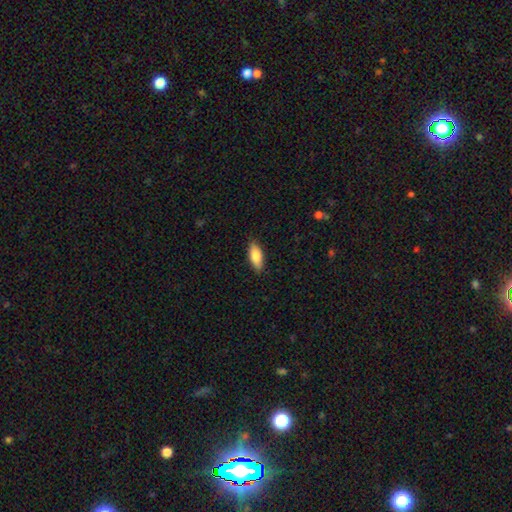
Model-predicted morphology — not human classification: Smooth or featured?
  - smooth: 82% *
  - featured or disk: 12%
  - star or artifact: 6%
How rounded?
  - in between: 79% *
  - cigar-shaped: 19%
  - round: 2%
Merging?
  - none: 87% *
  - minor disturbance: 10%
  - major disturbance: 2%
  - merger: 1%